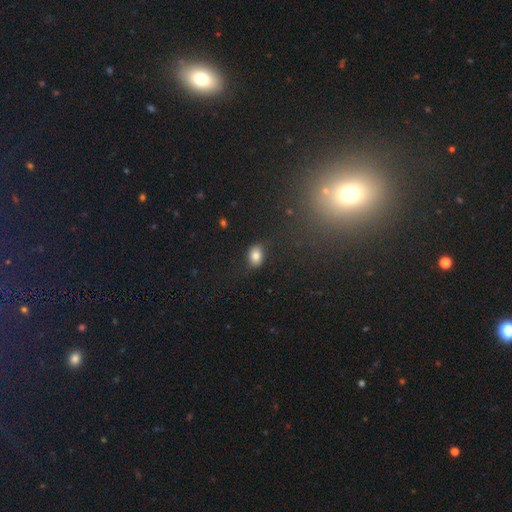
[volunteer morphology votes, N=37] A smooth galaxy with no disk features (89%) that is in between round and cigar-shaped (76%). Merging: none (77%).